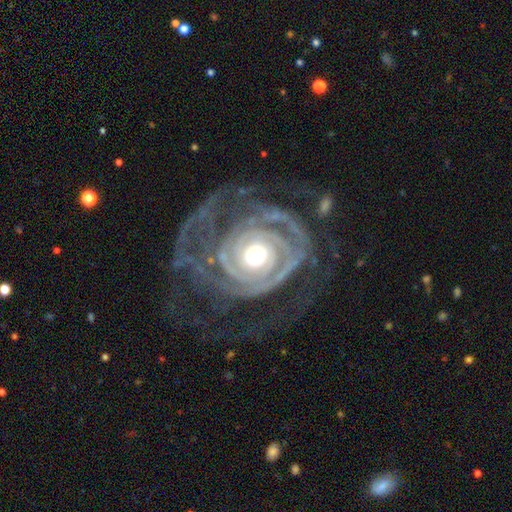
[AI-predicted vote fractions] Smooth or featured: featured or disk — 92% (star or artifact — 4%)
Edge-on disk: no — 97% (yes — 3%)
Bar: no — 77% (weak — 14%)
Spiral arms: yes — 97% (no — 3%)
Spiral winding: tight — 78% (medium — 17%)
Spiral arm count: 2 — 28% (can't tell — 20%)
Bulge size: moderate — 67% (small — 18%)
Merging: none — 54% (major disturbance — 26%)